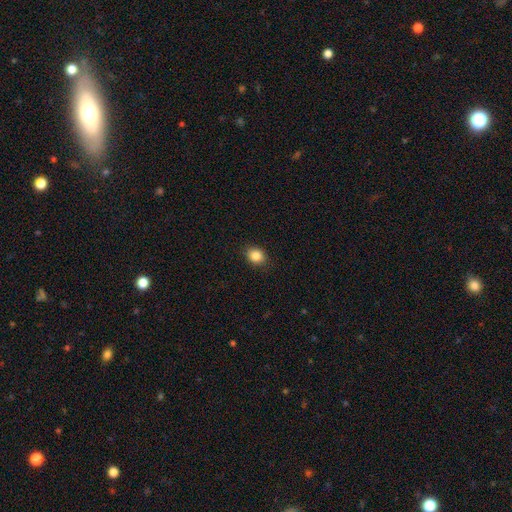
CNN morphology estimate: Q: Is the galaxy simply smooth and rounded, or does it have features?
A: smooth — 86%.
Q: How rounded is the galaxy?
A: round — 56%.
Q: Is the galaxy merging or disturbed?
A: none — 88%.